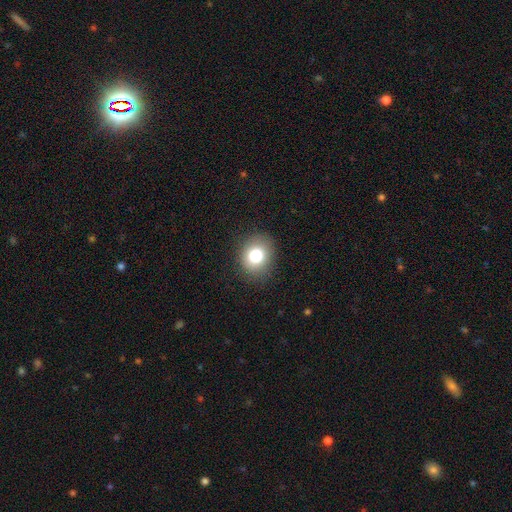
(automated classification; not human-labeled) Smooth or featured: smooth — 77% (star or artifact — 13%)
How rounded: round — 70% (in between — 29%)
Merging: none — 87% (minor disturbance — 9%)